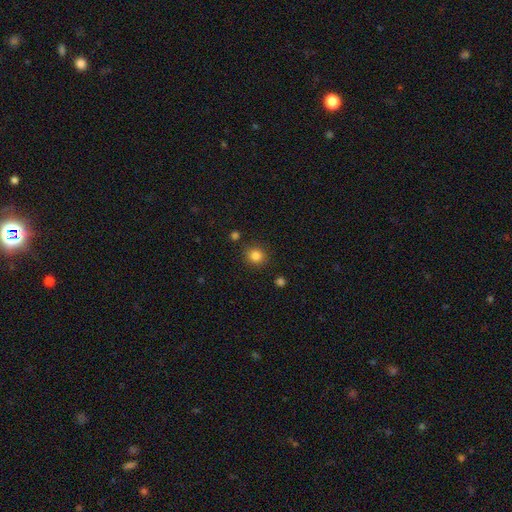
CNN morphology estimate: smooth_or_featured: smooth (p=0.84) [alt: star or artifact p=0.12]
how_rounded: round (p=0.87) [alt: in between p=0.12]
merging: none (p=0.87) [alt: minor disturbance p=0.08]